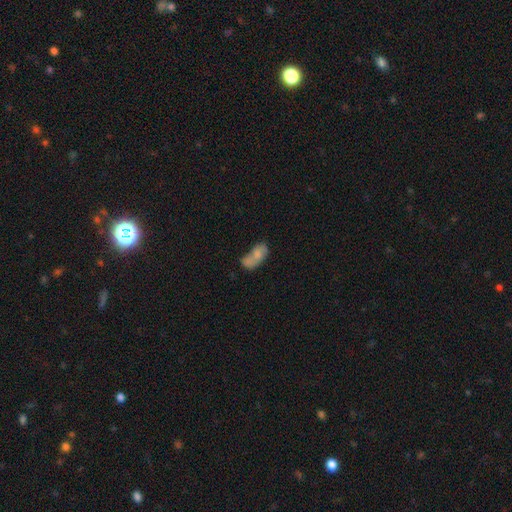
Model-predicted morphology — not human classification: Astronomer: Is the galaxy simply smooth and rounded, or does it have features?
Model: smooth — 68%.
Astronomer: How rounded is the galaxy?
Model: in between — 87%.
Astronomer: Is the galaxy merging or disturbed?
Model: merger — 41% (runner-up: none, 29%).